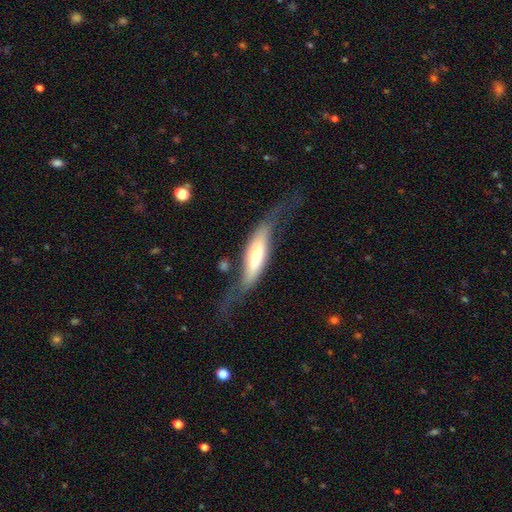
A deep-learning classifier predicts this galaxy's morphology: featured or disk 60%, smooth 35%, star or artifact 6%. Down the decision tree: edge-on disk — yes (52%); merging — none (44%).